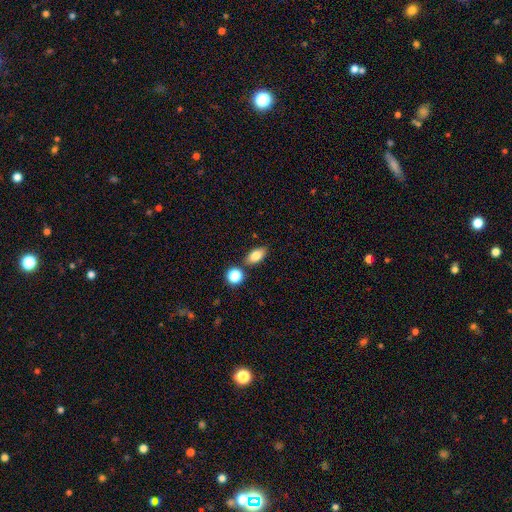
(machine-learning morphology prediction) Smooth or featured?
  - smooth: 82% *
  - featured or disk: 9%
  - star or artifact: 9%
How rounded?
  - in between: 87% *
  - round: 9%
  - cigar-shaped: 4%
Merging?
  - none: 78% *
  - minor disturbance: 11%
  - merger: 9%
  - major disturbance: 3%